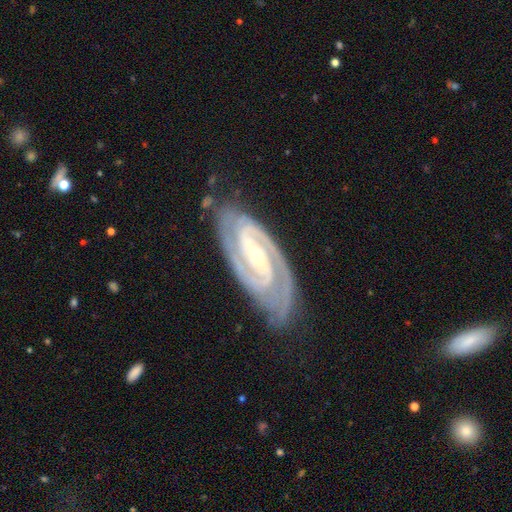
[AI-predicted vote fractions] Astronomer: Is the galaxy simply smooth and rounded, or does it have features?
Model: featured or disk — 93%.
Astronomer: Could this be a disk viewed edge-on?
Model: no — 96%.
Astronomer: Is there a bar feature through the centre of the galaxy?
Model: strong — 45% (runner-up: weak, 32%).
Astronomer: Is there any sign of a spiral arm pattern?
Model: yes — 99%.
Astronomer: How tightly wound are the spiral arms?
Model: tight — 65%.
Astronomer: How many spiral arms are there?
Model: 2 — 87%.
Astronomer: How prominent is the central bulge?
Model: small — 63%.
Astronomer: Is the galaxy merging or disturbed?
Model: none — 80%.